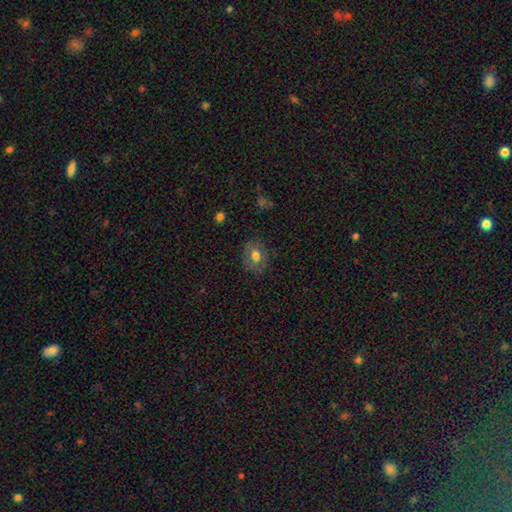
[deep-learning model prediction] This is likely a smooth galaxy (70%). How rounded: possibly in between (50%). Merging: likely none (79%).